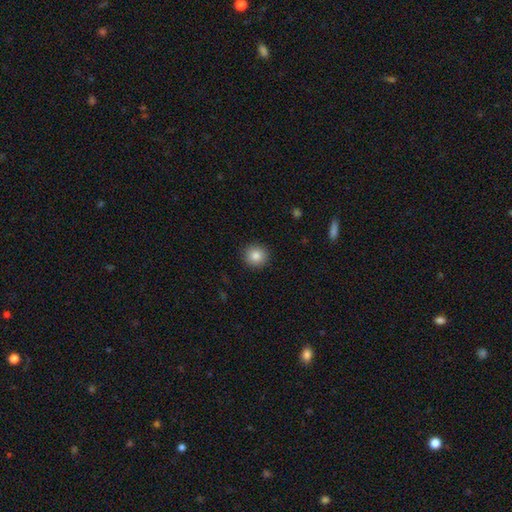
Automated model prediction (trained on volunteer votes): smooth_or_featured: smooth (p=0.85) [alt: star or artifact p=0.09]
how_rounded: round (p=0.93) [alt: in between p=0.06]
merging: none (p=0.92) [alt: minor disturbance p=0.05]